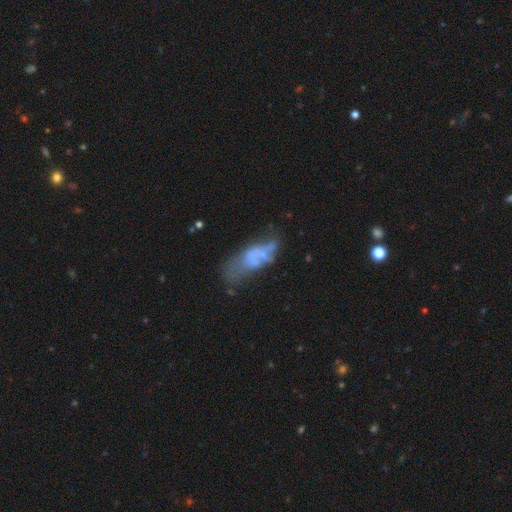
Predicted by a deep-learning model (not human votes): A featured or disk galaxy (45%).

Vote fractions:
- Smooth or featured? featured or disk: 45% / smooth: 41% / star or artifact: 14%
- Merging? none: 33% / major disturbance: 30% / minor disturbance: 26% / merger: 11%